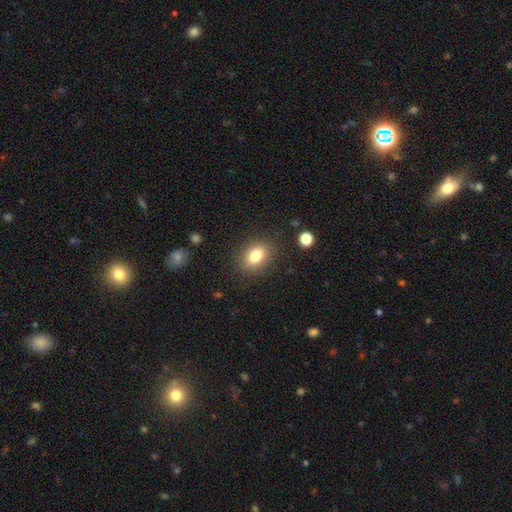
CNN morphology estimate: Overall: smooth (81%). How rounded: in between (70%). Merging: none (85%).